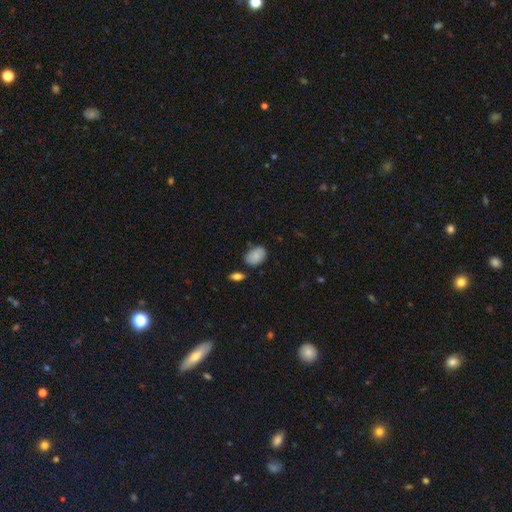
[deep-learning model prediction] smooth_or_featured: smooth (p=0.84) [alt: featured or disk p=0.09]
how_rounded: in between (p=0.82) [alt: round p=0.16]
merging: none (p=0.71) [alt: minor disturbance p=0.21]